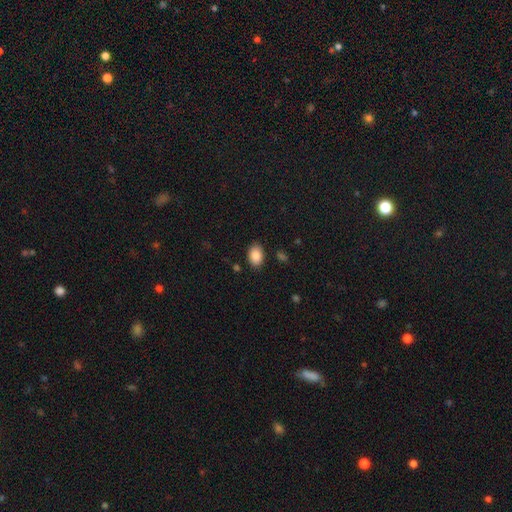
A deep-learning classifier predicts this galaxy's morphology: Smooth or featured? smooth (88%)
How rounded? in between (85%)
Merging? none (86%)